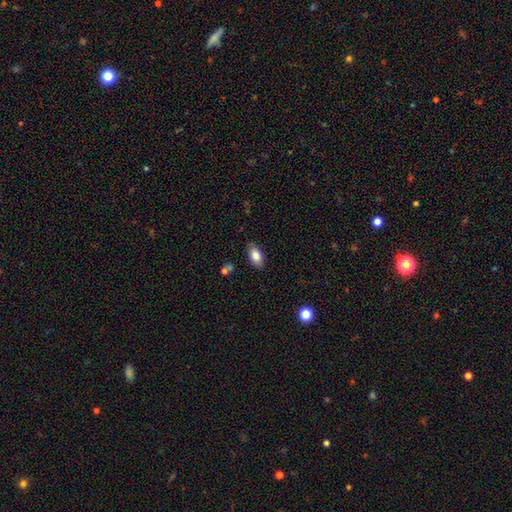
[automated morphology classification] Q: Smooth or featured?
A: smooth (83%); runner-up: featured or disk (9%)
Q: How rounded?
A: in between (91%); runner-up: round (6%)
Q: Merging?
A: none (82%); runner-up: minor disturbance (14%)